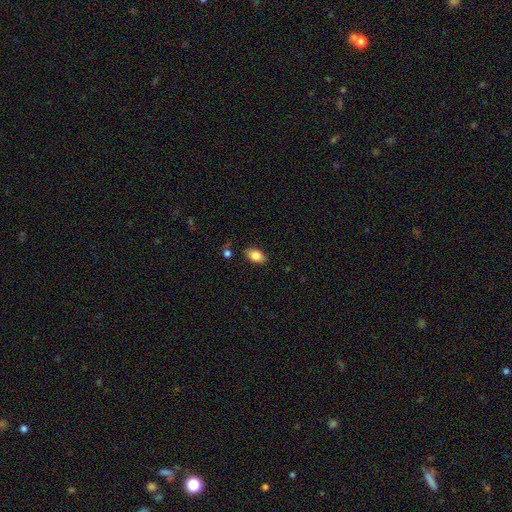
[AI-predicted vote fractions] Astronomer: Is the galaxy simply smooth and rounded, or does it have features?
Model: smooth — 84%.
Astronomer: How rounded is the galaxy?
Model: in between — 91%.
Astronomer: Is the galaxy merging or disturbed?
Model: none — 84%.